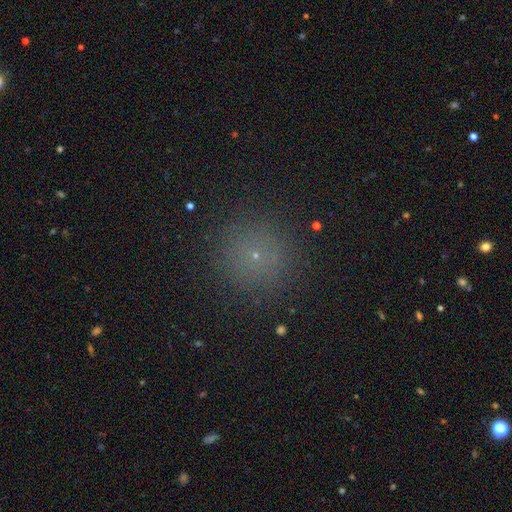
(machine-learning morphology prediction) This appears to be a smooth galaxy with no disk features (67%) that is round (96%). Merging: none (90%).